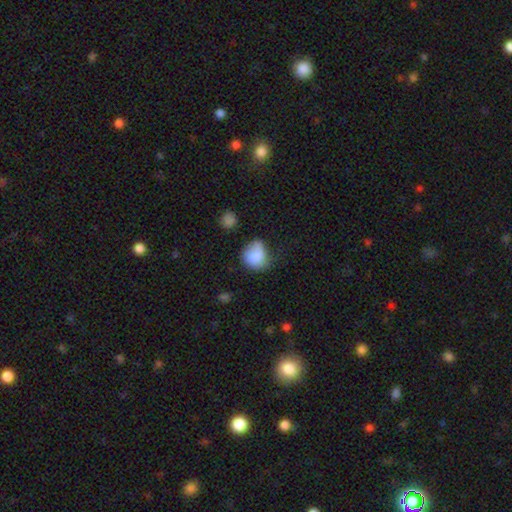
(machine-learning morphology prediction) smooth_or_featured: smooth (p=0.80) [alt: featured or disk p=0.11]
how_rounded: round (p=0.67) [alt: in between p=0.32]
merging: none (p=0.40) [alt: minor disturbance p=0.36]